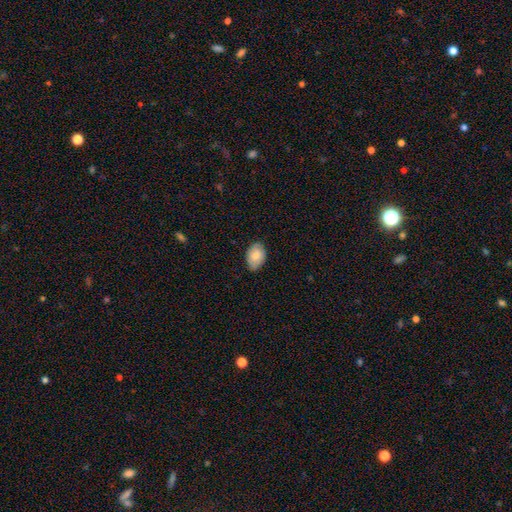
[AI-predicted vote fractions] Smooth or featured: smooth — 78% (featured or disk — 16%)
How rounded: in between — 86% (round — 13%)
Merging: none — 79% (minor disturbance — 18%)